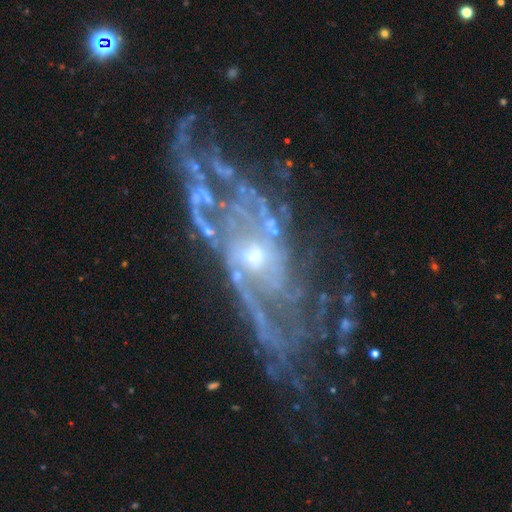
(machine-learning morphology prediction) type=featured or disk (87%); edge-on=no (94%); bar=no (60%); spiral arms=yes (91%); winding=medium (39%); arm count=2 (32%); bulge=small (47%); merging=none (51%).